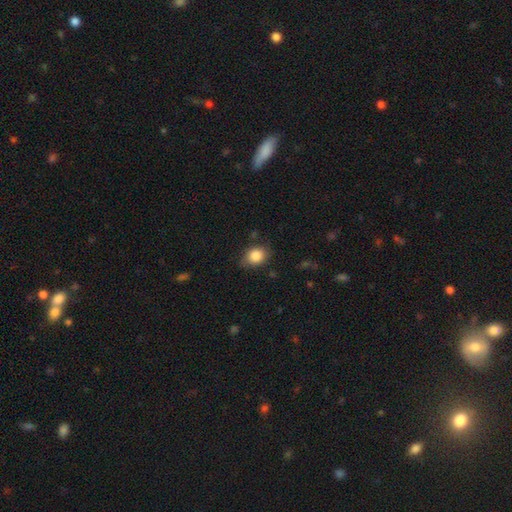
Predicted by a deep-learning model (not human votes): A smooth galaxy with no disk features (85%) that is in between round and cigar-shaped (54%).

Vote fractions:
- Smooth or featured? smooth: 85% / star or artifact: 8% / featured or disk: 7%
- How rounded? in between: 54% / round: 45% / cigar-shaped: 1%
- Merging? none: 75% / minor disturbance: 19% / major disturbance: 4% / merger: 2%